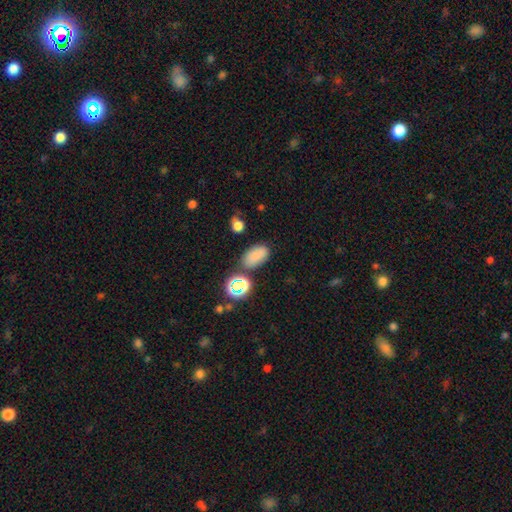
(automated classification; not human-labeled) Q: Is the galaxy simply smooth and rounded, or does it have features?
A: smooth — 75%.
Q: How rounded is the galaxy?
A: in between — 88%.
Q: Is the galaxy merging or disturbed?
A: none — 75%.